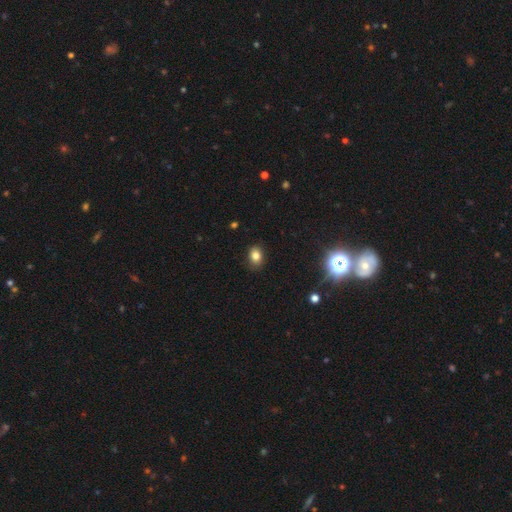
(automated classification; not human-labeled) smooth-or-featured: smooth: 81% | star or artifact: 12% | featured or disk: 7%
  how-rounded: in between: 66% | round: 32% | cigar-shaped: 1%
  merging: none: 85% | minor disturbance: 12% | major disturbance: 2% | merger: 1%